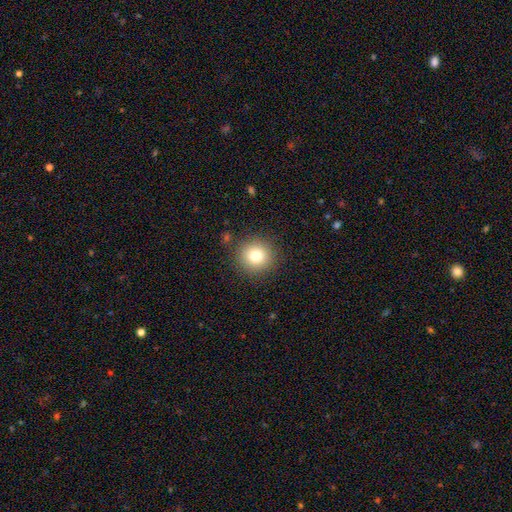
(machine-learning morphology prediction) A smooth galaxy with no disk features (79%) that is round (93%). Merging: none (89%).